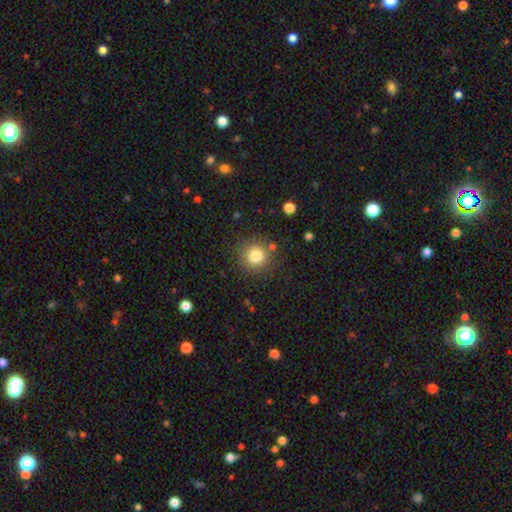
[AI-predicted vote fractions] The model was most divided on "smooth or featured": smooth: 80%, star or artifact: 12%, featured or disk: 8%. More confident: how rounded — round (93%); merging — none (84%).